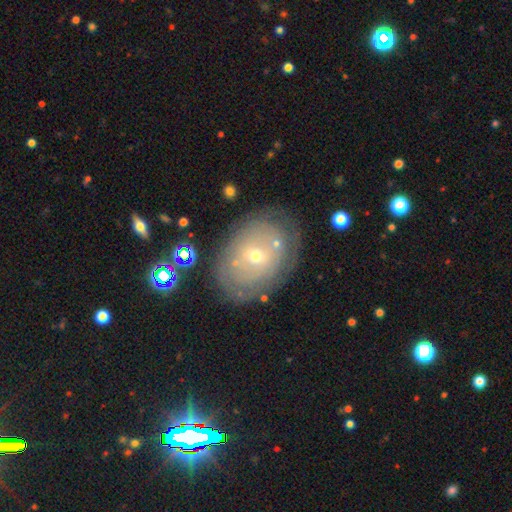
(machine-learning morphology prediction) A featured or disk galaxy (56%) with no bar (77%), no spiral arms (55%) and a small central bulge (65%). Merging: none (72%).